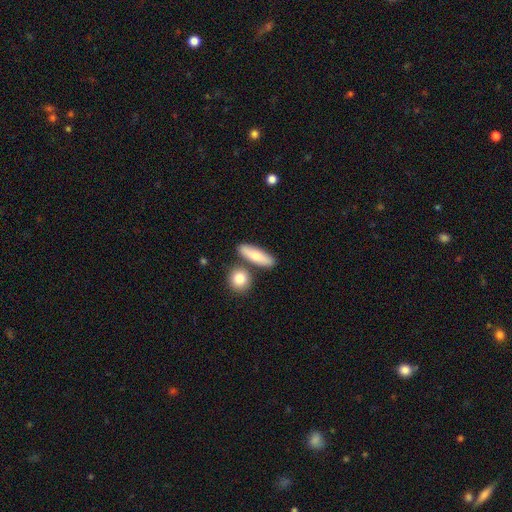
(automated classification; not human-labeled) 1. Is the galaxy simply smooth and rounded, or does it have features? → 74% smooth, 20% featured or disk, 6% star or artifact.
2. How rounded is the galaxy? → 49% cigar-shaped, 45% in between, 6% round.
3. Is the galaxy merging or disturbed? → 74% none, 13% merger, 10% minor disturbance, 3% major disturbance.